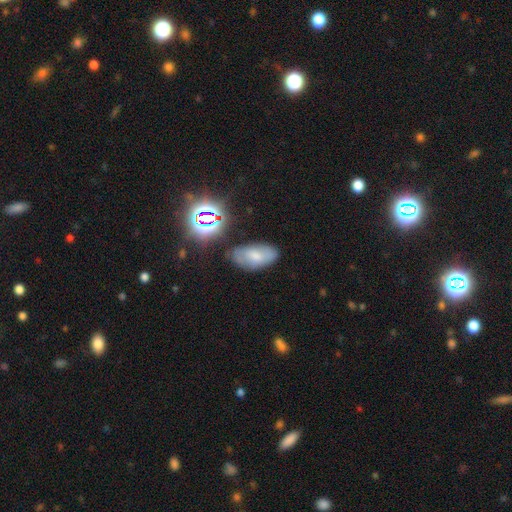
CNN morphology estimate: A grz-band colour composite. It shows a smooth galaxy with no disk features (57%) that is in between round and cigar-shaped (92%). Merging: none (70%).